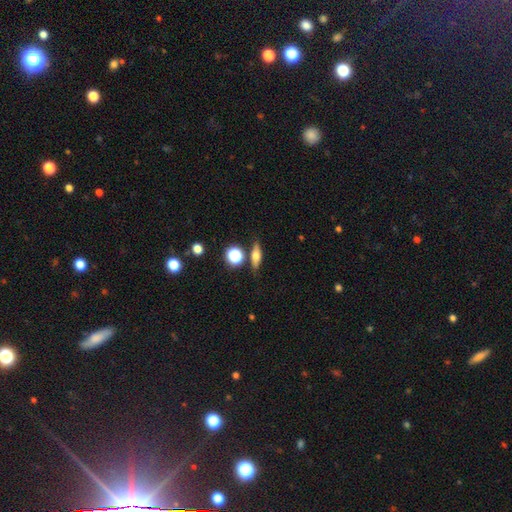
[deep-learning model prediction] smooth-or-featured: smooth: 52% | featured or disk: 37% | star or artifact: 11%
  how-rounded: in between: 46% | cigar-shaped: 40% | round: 14%
  merging: none: 79% | minor disturbance: 11% | merger: 6% | major disturbance: 3%